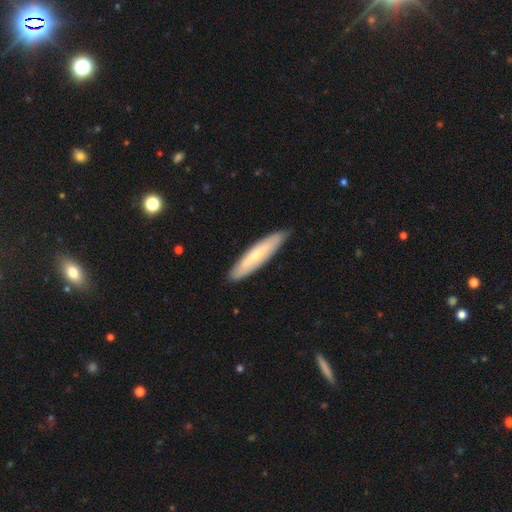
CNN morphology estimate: type=smooth (58%); roundness=cigar-shaped (81%); merging=none (86%).